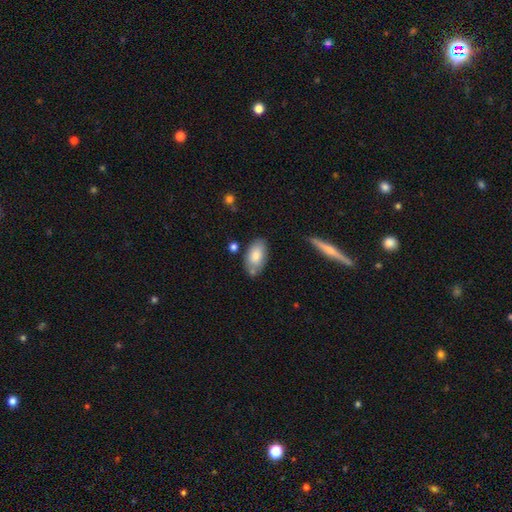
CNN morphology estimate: This is clearly a smooth galaxy (80%). How rounded: clearly in between (93%). Merging: likely none (70%).